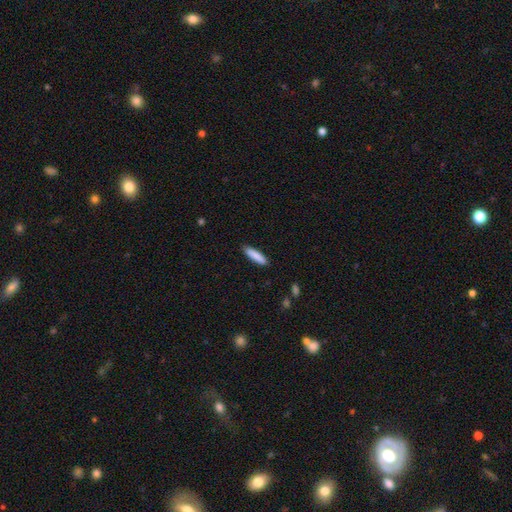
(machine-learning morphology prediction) Smooth or featured? smooth (87%)
How rounded? cigar-shaped (78%)
Merging? none (89%)